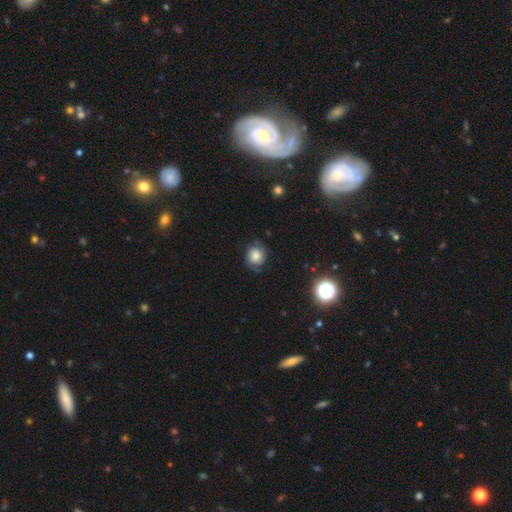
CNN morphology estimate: This is likely a smooth galaxy (63%). How rounded: clearly round (80%). Merging: likely none (69%).